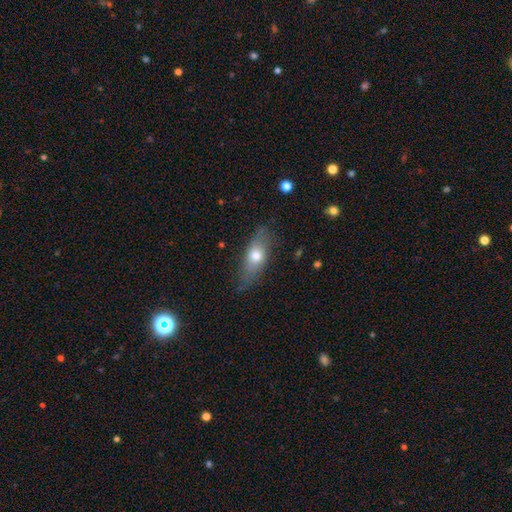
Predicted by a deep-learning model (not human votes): Q: Smooth or featured?
A: smooth (66%); runner-up: featured or disk (27%)
Q: How rounded?
A: in between (69%); runner-up: cigar-shaped (25%)
Q: Merging?
A: none (75%); runner-up: minor disturbance (19%)